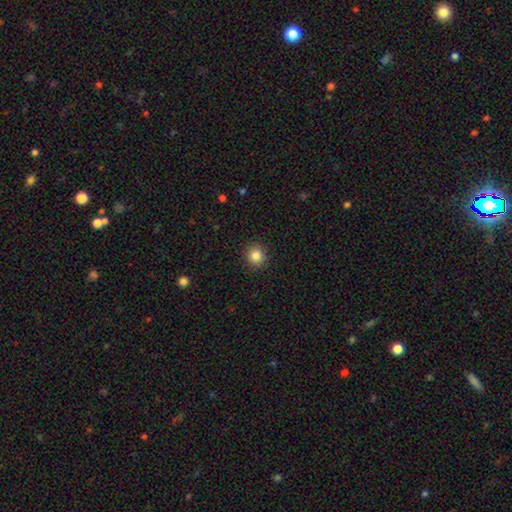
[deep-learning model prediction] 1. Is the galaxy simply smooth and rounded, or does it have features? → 85% smooth, 10% star or artifact, 5% featured or disk.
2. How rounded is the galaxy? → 91% round, 8% in between, 1% cigar-shaped.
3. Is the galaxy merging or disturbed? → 91% none, 6% minor disturbance, 2% major disturbance, 1% merger.